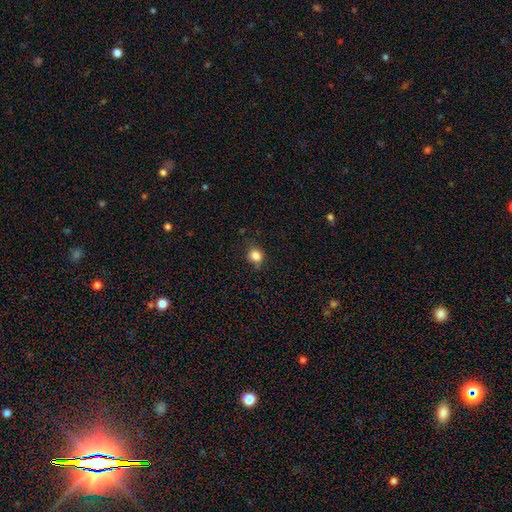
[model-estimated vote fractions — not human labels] smooth_or_featured: smooth (p=0.84) [alt: star or artifact p=0.12]
how_rounded: round (p=0.80) [alt: in between p=0.19]
merging: none (p=0.79) [alt: minor disturbance p=0.16]